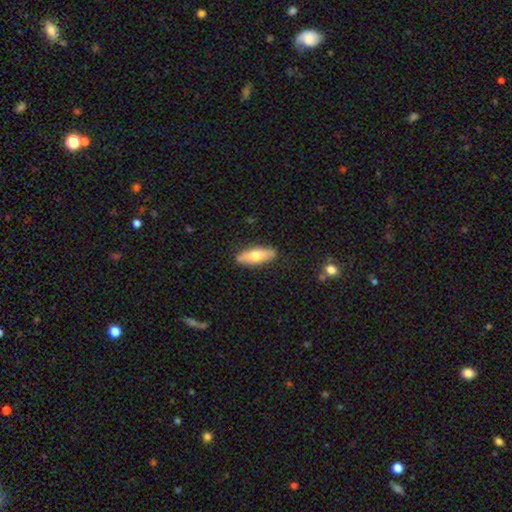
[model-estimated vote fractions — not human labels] Morphology: type=smooth (68%); roundness=in between (66%); merging=none (88%).